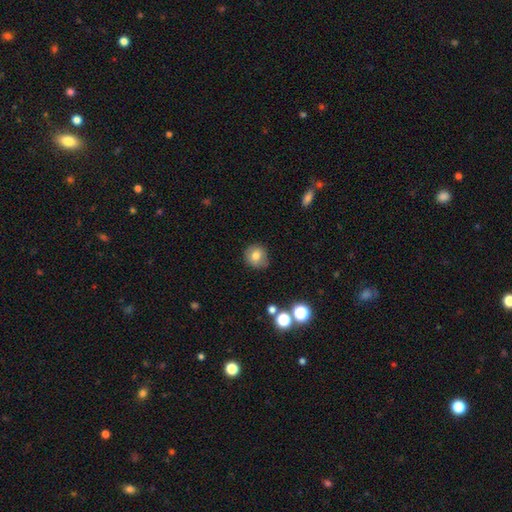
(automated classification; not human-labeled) Smooth or featured? smooth (77%)
How rounded? round (85%)
Merging? none (82%)